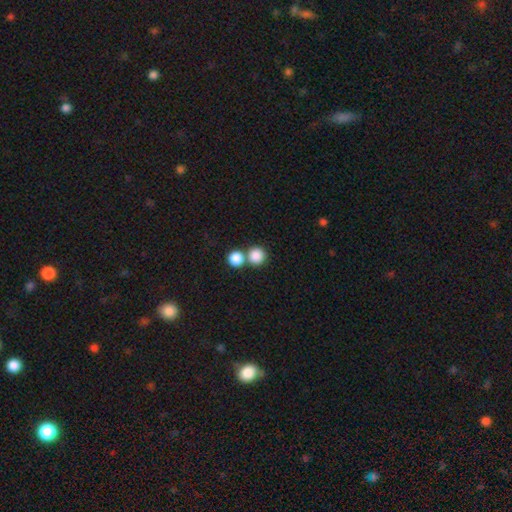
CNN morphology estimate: The model was most divided on "merging": none: 56%, merger: 36%, minor disturbance: 6%, major disturbance: 3%. More confident: how rounded — round (92%); smooth or featured — smooth (85%).